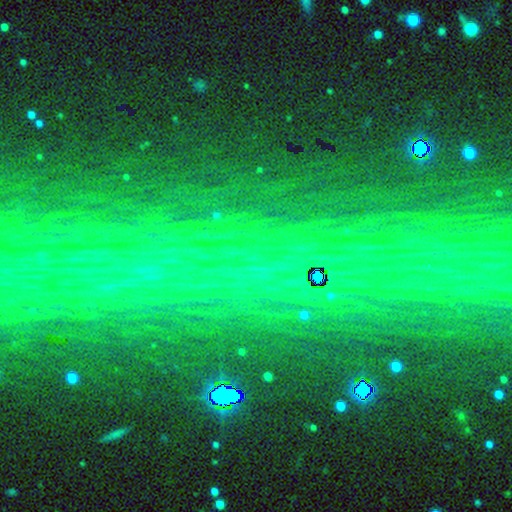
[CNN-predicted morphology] Smooth or featured? Predicted: star or artifact (p=0.83).